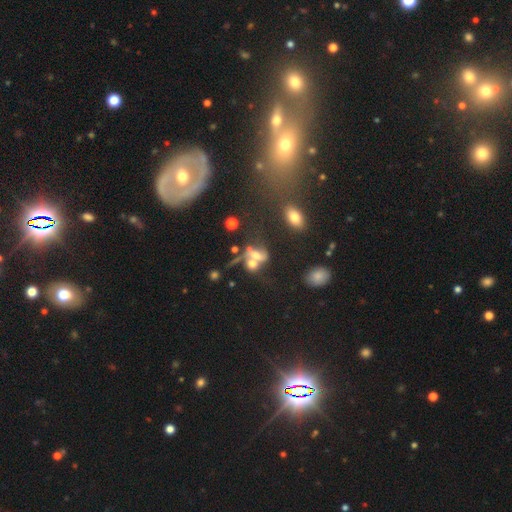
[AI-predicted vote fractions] smooth 43%, featured or disk 38%, star or artifact 19%. Down the decision tree: merging — merger (59%).